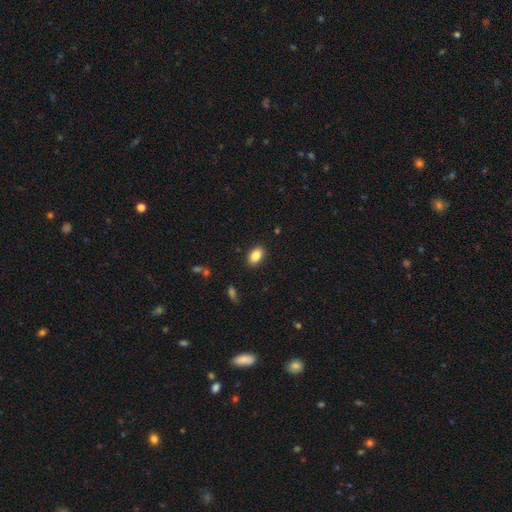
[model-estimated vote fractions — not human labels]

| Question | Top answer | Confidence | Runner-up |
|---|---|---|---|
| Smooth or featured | smooth | 86% | star or artifact (8%) |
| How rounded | in between | 88% | round (10%) |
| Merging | none | 88% | minor disturbance (8%) |